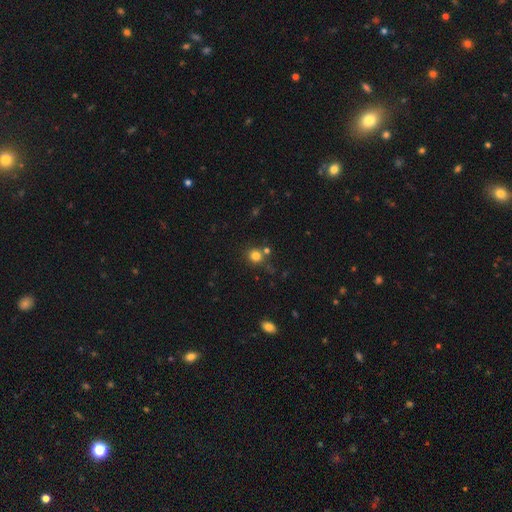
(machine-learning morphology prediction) Smooth or featured: smooth — 79% (star or artifact — 14%)
How rounded: round — 88% (in between — 11%)
Merging: none — 71% (merger — 15%)